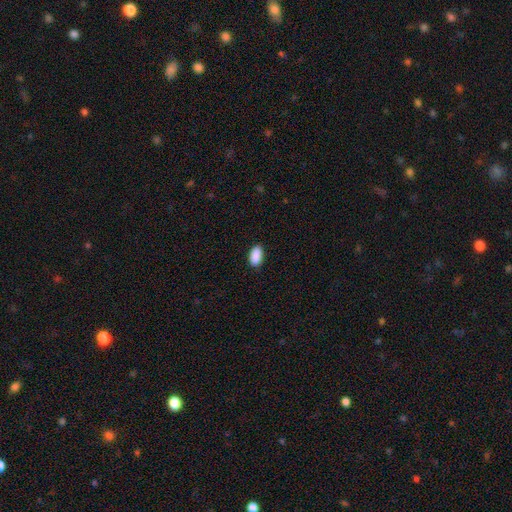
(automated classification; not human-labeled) This is clearly a smooth galaxy (91%). How rounded: clearly in between (93%). Merging: clearly none (87%).